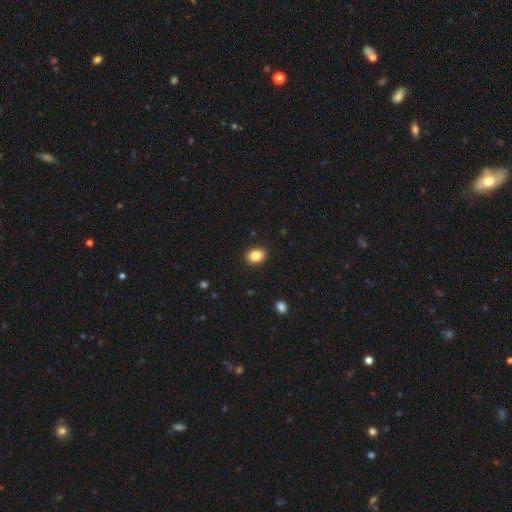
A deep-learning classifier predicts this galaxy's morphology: A smooth galaxy with no disk features (86%) that is in between round and cigar-shaped (56%). Merging: none (91%).